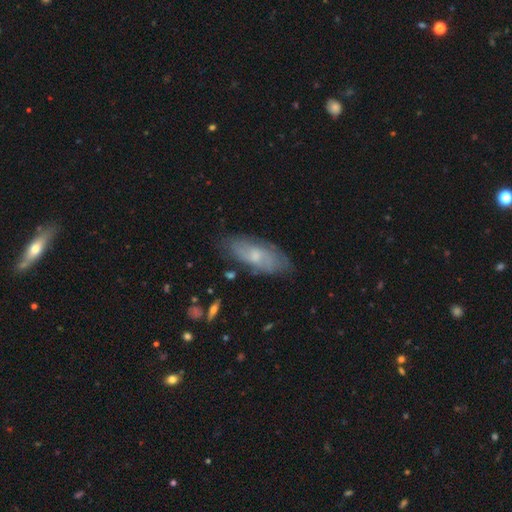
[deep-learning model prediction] smooth-or-featured: featured or disk: 47% | smooth: 45% | star or artifact: 7%
  merging: none: 73% | minor disturbance: 20% | major disturbance: 5% | merger: 2%